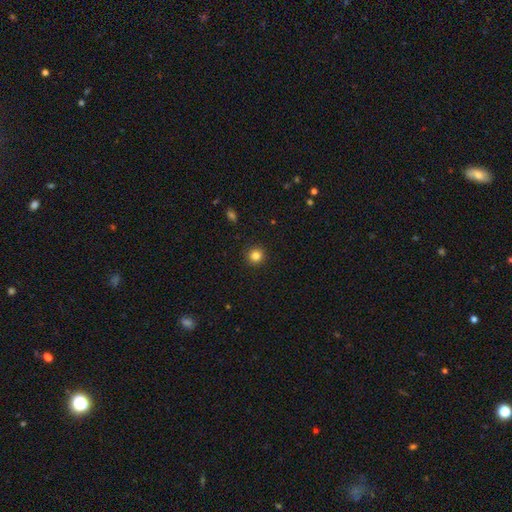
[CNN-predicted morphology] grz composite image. It shows a smooth galaxy with no disk features (83%) that is round (95%). Merging: none (93%).